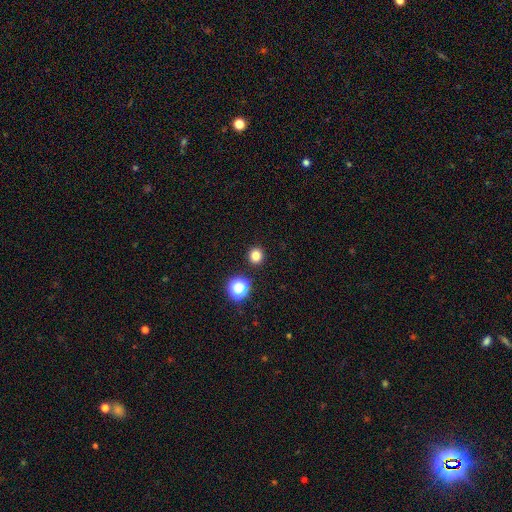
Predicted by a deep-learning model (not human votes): smooth-or-featured: smooth: 79% | star or artifact: 16% | featured or disk: 5%
  how-rounded: round: 92% | in between: 7% | cigar-shaped: 1%
  merging: none: 91% | minor disturbance: 5% | merger: 2% | major disturbance: 2%